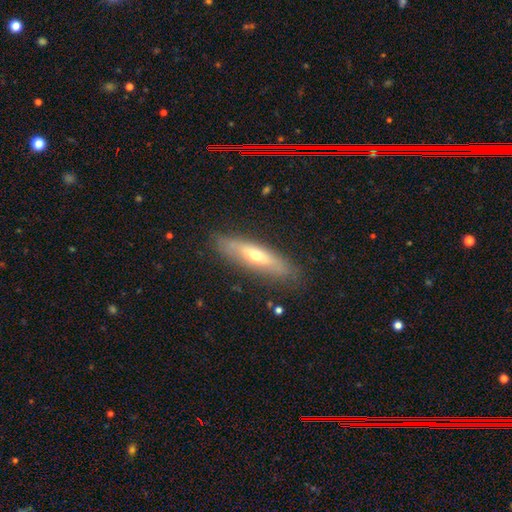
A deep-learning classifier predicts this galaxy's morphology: smooth-or-featured: smooth: 48% | featured or disk: 46% | star or artifact: 6%
  merging: none: 82% | minor disturbance: 13% | major disturbance: 3% | merger: 1%